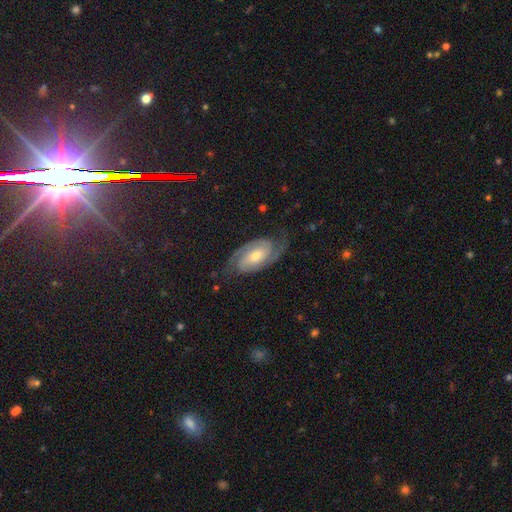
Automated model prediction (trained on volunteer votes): Smooth or featured: featured or disk — 87% (smooth — 7%)
Edge-on disk: no — 96% (yes — 4%)
Bar: no — 42% (weak — 39%)
Spiral arms: yes — 98% (no — 2%)
Spiral winding: tight — 49% (medium — 41%)
Spiral arm count: 2 — 92% (can't tell — 3%)
Bulge size: moderate — 58% (small — 35%)
Merging: none — 79% (minor disturbance — 14%)